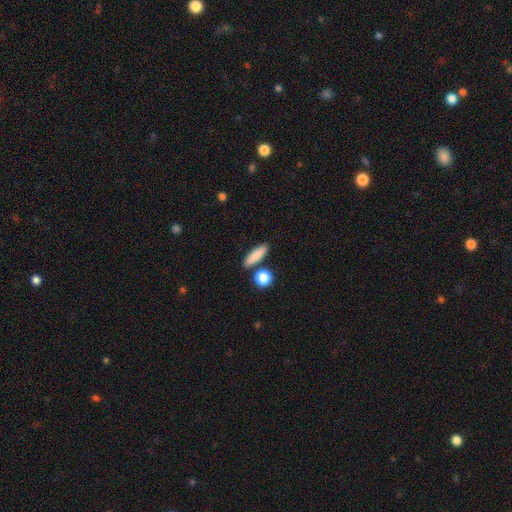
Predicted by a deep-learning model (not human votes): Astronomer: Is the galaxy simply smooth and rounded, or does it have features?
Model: smooth — 84%.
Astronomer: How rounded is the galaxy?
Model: cigar-shaped — 57% (runner-up: in between, 36%).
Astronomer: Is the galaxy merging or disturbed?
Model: none — 81%.